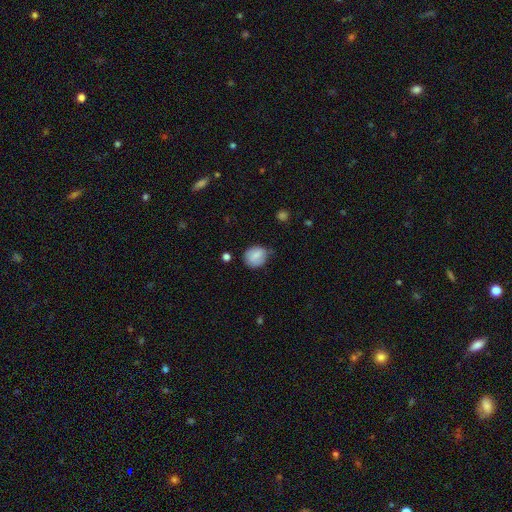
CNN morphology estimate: Smooth or featured: smooth — 79% (featured or disk — 13%)
How rounded: round — 64% (in between — 35%)
Merging: none — 60% (minor disturbance — 31%)